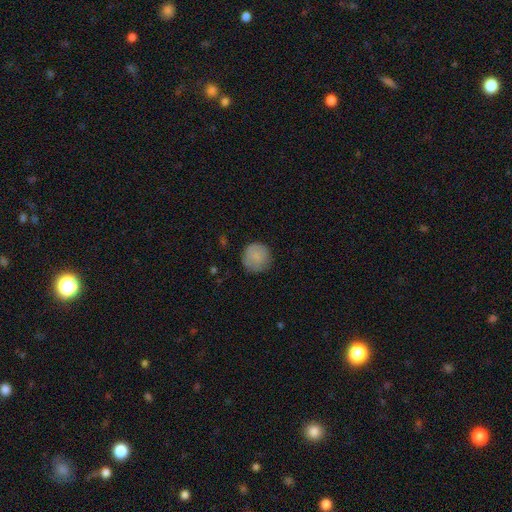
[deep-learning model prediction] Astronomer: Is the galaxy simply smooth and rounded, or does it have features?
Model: smooth — 82%.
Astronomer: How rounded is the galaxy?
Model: round — 94%.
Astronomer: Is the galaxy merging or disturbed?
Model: none — 80%.